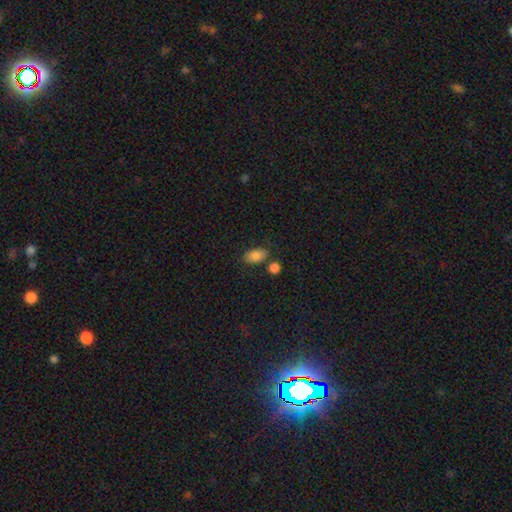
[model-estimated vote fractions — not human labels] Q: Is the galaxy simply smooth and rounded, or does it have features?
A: smooth — 83%.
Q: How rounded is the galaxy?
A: in between — 90%.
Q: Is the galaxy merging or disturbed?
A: none — 71%.